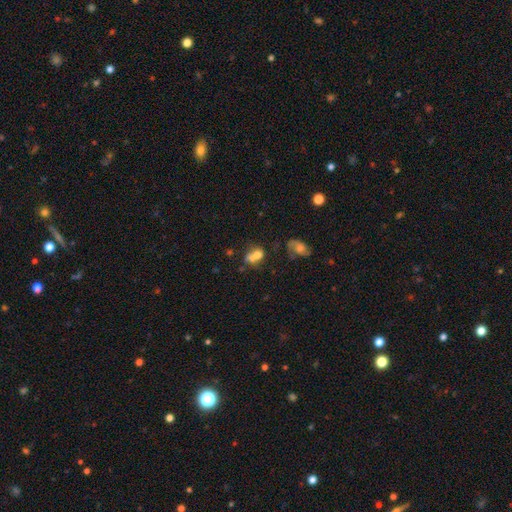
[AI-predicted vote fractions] smooth 65%, featured or disk 23%, star or artifact 12%. Down the decision tree: how rounded — round (54%); merging — merger (58%).